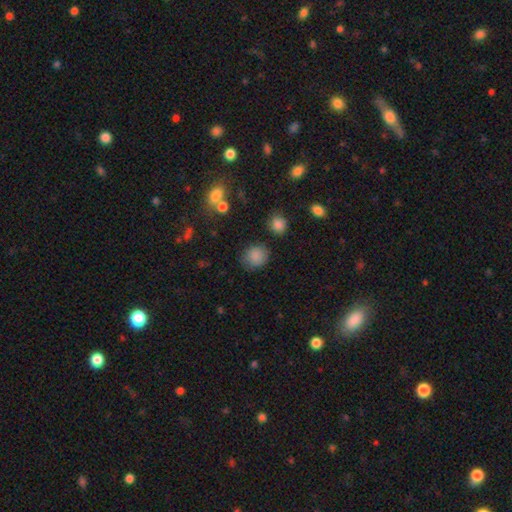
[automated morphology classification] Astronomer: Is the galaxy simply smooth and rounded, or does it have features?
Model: smooth — 85%.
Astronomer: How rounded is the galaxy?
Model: round — 80%.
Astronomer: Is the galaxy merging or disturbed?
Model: none — 80%.